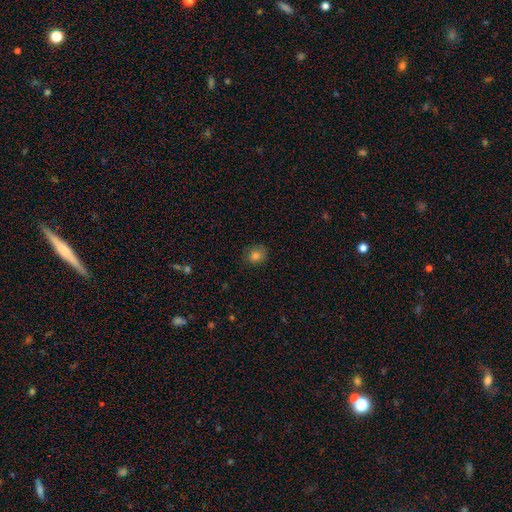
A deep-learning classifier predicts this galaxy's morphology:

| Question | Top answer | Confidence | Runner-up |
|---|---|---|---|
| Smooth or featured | smooth | 81% | star or artifact (13%) |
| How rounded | round | 71% | in between (28%) |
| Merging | none | 82% | minor disturbance (14%) |